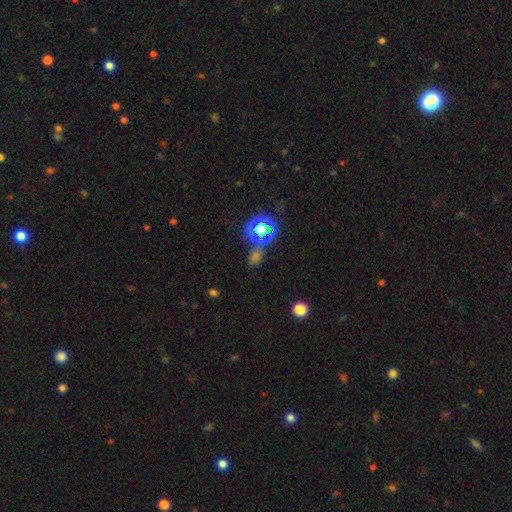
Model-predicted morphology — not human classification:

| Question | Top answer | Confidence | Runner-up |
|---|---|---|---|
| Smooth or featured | star or artifact | 57% | smooth (34%) |